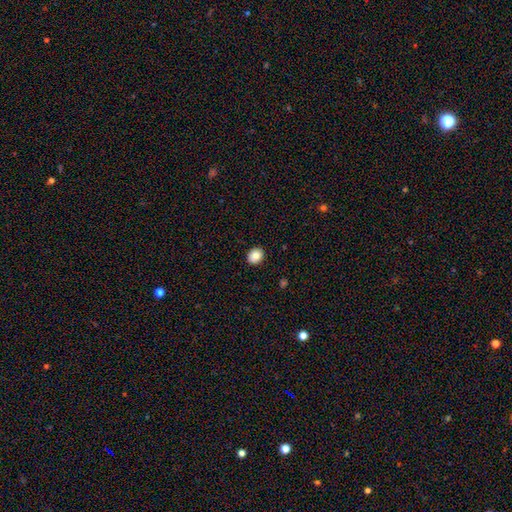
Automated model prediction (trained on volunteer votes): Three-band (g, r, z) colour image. It shows a smooth galaxy with no disk features (83%) that is round (63%). Merging: none (91%).